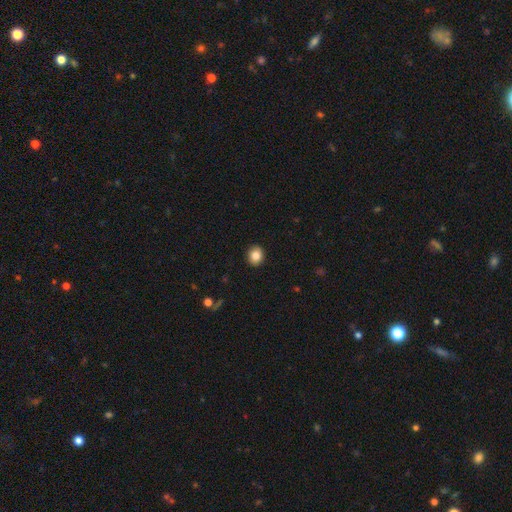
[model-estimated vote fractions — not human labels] smooth-or-featured: smooth: 86% | star or artifact: 9% | featured or disk: 5%
  how-rounded: round: 64% | in between: 35% | cigar-shaped: 1%
  merging: none: 92% | minor disturbance: 6% | major disturbance: 2% | merger: 1%